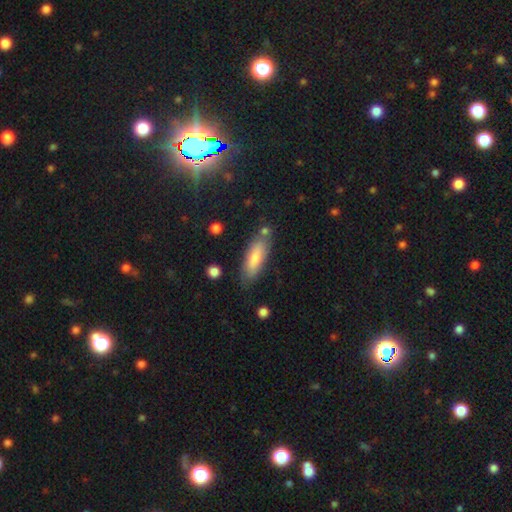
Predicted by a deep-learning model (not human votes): Smooth or featured? Predicted: smooth (p=0.78). How rounded? Predicted: in between (p=0.55). Merging? Predicted: none (p=0.78).